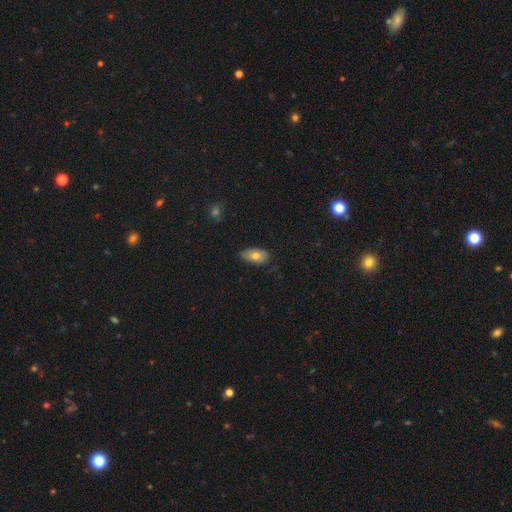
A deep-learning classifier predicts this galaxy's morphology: smooth 75%, featured or disk 17%, star or artifact 8%. Down the decision tree: how rounded — in between (92%); merging — none (76%).